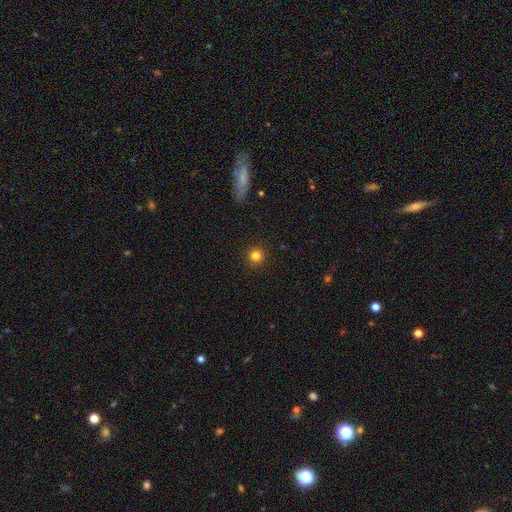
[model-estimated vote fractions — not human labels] smooth 83%, star or artifact 13%, featured or disk 5%. Down the decision tree: how rounded — round (93%); merging — none (92%).